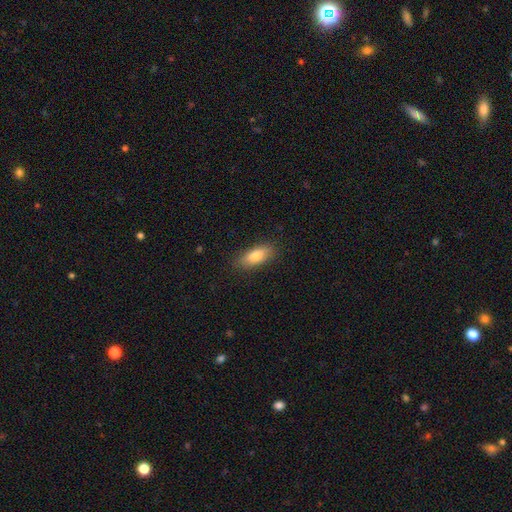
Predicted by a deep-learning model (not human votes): smooth-or-featured: smooth: 82% | featured or disk: 11% | star or artifact: 7%
  how-rounded: in between: 72% | cigar-shaped: 25% | round: 3%
  merging: none: 85% | minor disturbance: 12% | major disturbance: 3% | merger: 1%